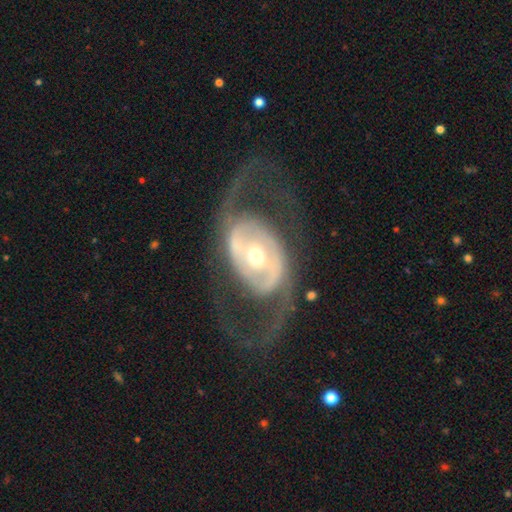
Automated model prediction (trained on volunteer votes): smooth-or-featured: featured or disk: 87% | smooth: 8% | star or artifact: 5%
  disk-edge-on: no: 95% | yes: 5%
    bar: no: 46% | weak: 29% | strong: 25%
    has-spiral-arms: yes: 80% | no: 20%
      spiral-winding: medium: 45% | loose: 36% | tight: 19%
      spiral-arm-count: 2: 89% | can't tell: 6% | 1: 2% | 3: 1% | 4: 1% | more than 4: 1%
    bulge-size: moderate: 59% | small: 29% | large: 9% | dominant: 2% | none: 1%
  merging: none: 68% | major disturbance: 19% | minor disturbance: 11% | merger: 1%